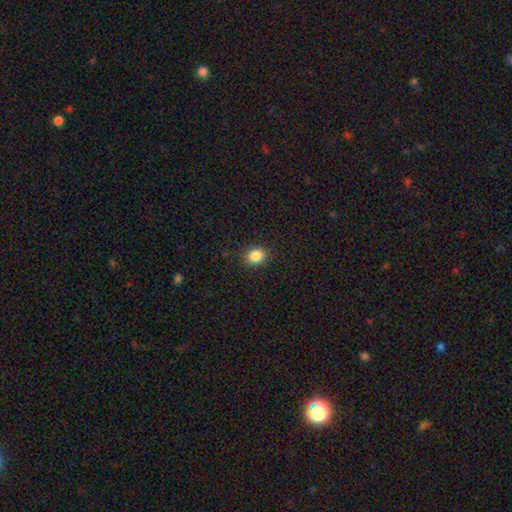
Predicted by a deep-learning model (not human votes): Smooth or featured? Predicted: smooth (p=0.86). How rounded? Predicted: round (p=0.67). Merging? Predicted: none (p=0.89).